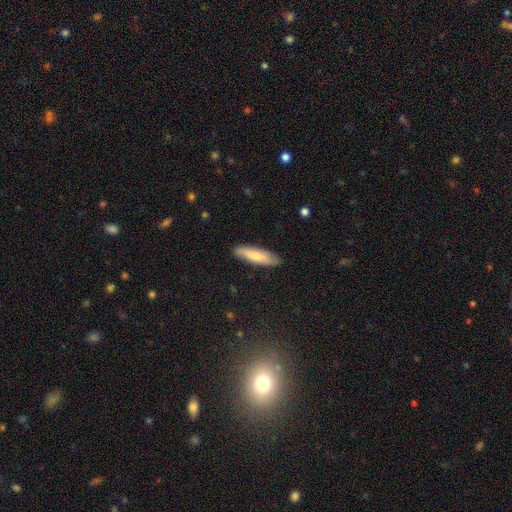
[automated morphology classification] Q: Smooth or featured?
A: smooth (73%); runner-up: featured or disk (21%)
Q: How rounded?
A: cigar-shaped (68%); runner-up: in between (31%)
Q: Merging?
A: none (86%); runner-up: minor disturbance (11%)